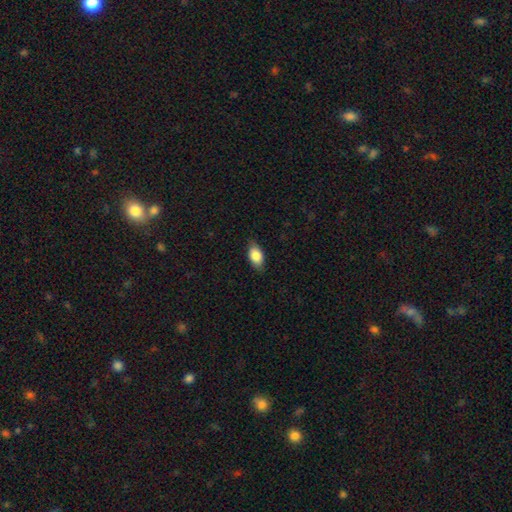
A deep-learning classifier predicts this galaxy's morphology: smooth_or_featured: smooth (p=0.84) [alt: featured or disk p=0.09]
how_rounded: in between (p=0.90) [alt: round p=0.06]
merging: none (p=0.82) [alt: minor disturbance p=0.14]